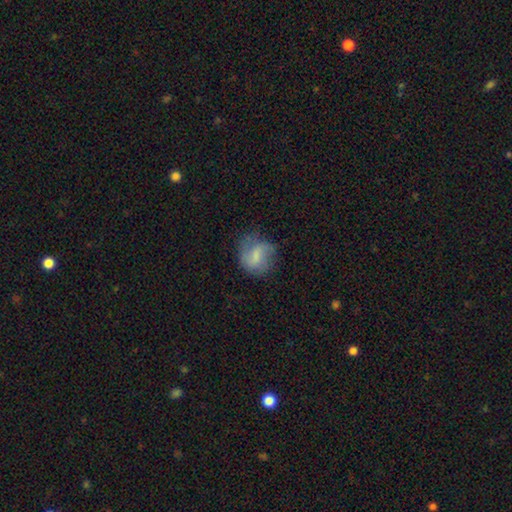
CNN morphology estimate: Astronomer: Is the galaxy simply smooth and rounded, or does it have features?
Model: smooth — 56% (runner-up: featured or disk, 35%).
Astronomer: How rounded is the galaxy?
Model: round — 67%.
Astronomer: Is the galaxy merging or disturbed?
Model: none — 58%.